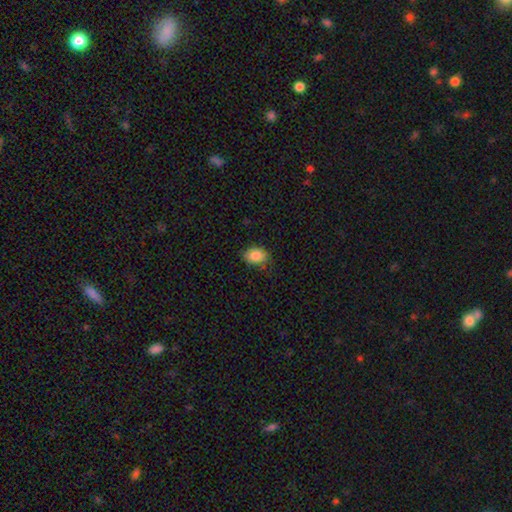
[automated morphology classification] The model was most divided on "how rounded": in between: 74%, round: 25%, cigar-shaped: 1%. More confident: smooth or featured — smooth (84%); merging — none (77%).